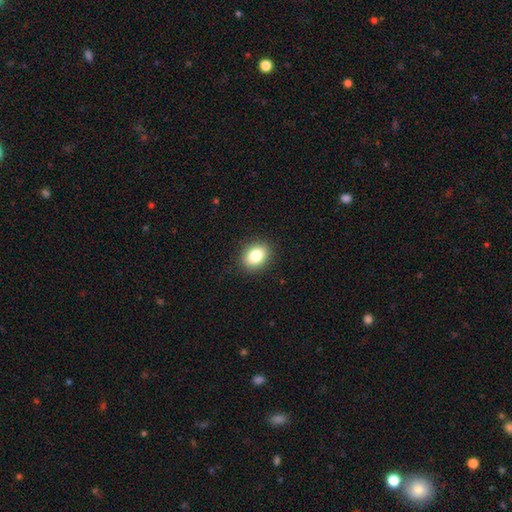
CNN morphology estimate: type=smooth (83%); roundness=in between (61%); merging=none (90%).